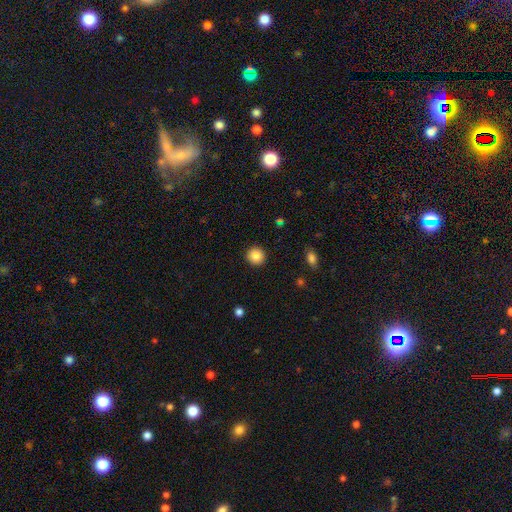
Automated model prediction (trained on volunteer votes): Overall: smooth (86%). How rounded: round (93%). Merging: none (92%).